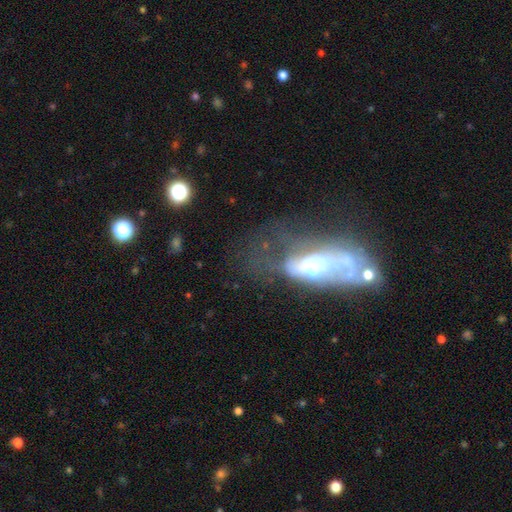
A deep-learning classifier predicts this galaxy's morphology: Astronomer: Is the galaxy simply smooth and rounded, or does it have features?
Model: featured or disk — 61%.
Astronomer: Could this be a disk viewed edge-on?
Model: no — 86%.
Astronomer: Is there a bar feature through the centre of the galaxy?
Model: no — 67%.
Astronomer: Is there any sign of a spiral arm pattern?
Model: no — 69%.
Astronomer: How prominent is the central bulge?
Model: moderate — 49%.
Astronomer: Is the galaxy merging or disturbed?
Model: major disturbance — 42% (runner-up: none, 22%).